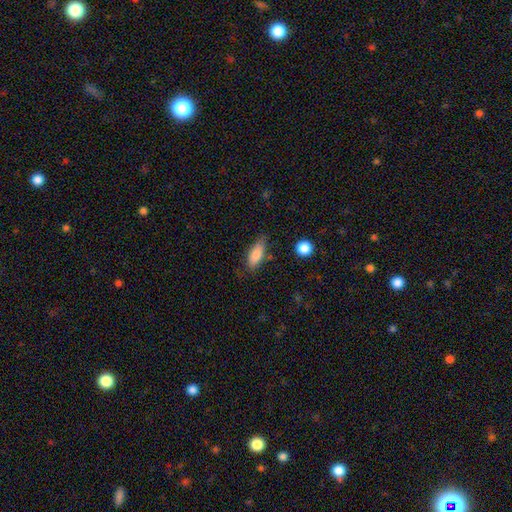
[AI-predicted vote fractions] smooth-or-featured: smooth: 84% | featured or disk: 8% | star or artifact: 7%
  how-rounded: in between: 77% | cigar-shaped: 20% | round: 3%
  merging: none: 72% | minor disturbance: 21% | major disturbance: 5% | merger: 3%